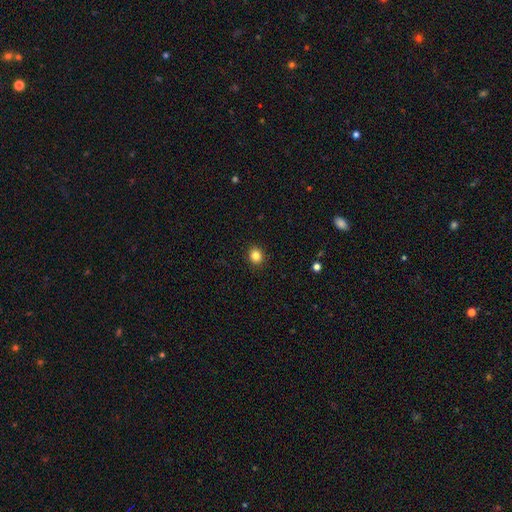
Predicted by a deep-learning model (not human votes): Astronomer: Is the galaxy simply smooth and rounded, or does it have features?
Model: smooth — 84%.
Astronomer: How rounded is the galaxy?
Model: round — 83%.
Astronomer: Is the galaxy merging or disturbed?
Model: none — 92%.